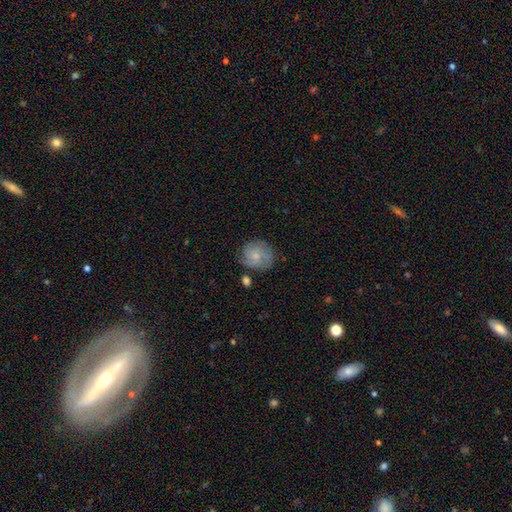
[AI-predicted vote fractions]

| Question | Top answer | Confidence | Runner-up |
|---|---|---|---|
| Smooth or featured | smooth | 55% | featured or disk (38%) |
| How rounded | round | 80% | in between (19%) |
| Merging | none | 65% | minor disturbance (22%) |